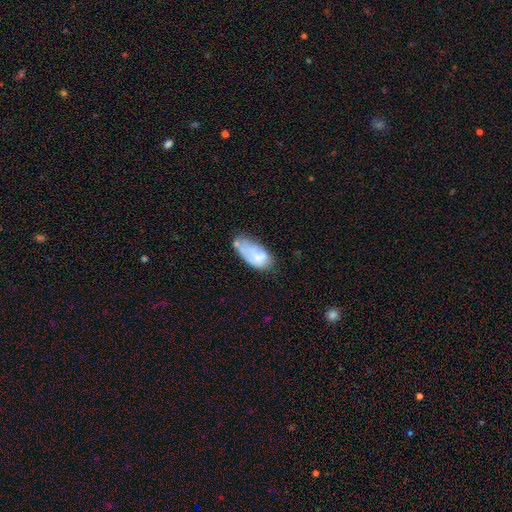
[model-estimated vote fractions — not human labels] Smooth or featured? smooth (59%)
How rounded? in between (90%)
Merging? minor disturbance (32%)